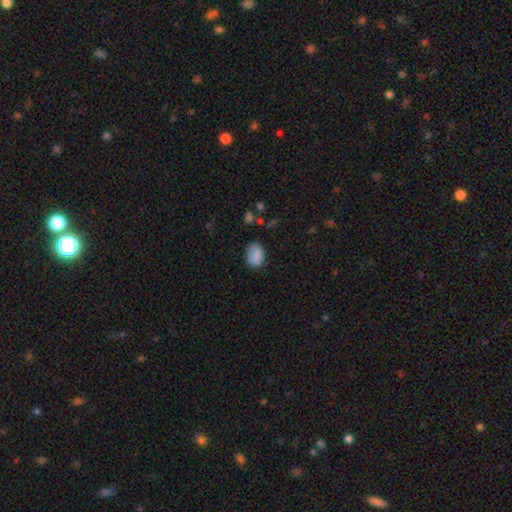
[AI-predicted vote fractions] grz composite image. It shows a smooth galaxy with no disk features (85%) that is in between round and cigar-shaped (75%). Merging: none (71%).